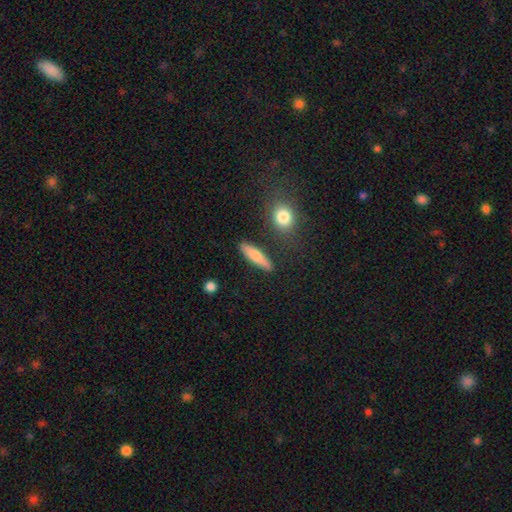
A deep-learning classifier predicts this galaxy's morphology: smooth 77%, featured or disk 17%, star or artifact 6%. Down the decision tree: how rounded — cigar-shaped (72%); merging — none (85%).